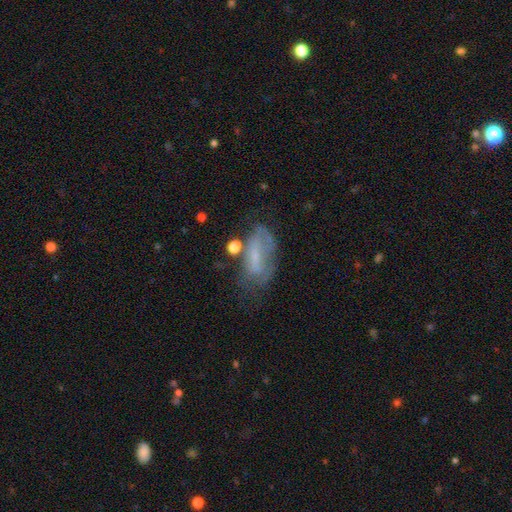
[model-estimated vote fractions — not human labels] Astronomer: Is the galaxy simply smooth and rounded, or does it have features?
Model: featured or disk — 48% (runner-up: smooth, 41%).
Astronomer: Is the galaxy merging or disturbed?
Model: none — 40% (runner-up: minor disturbance, 27%).